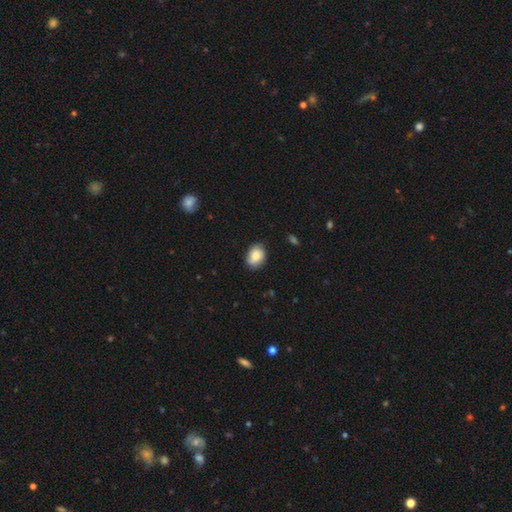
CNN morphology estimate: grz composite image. It shows a smooth galaxy with no disk features (80%) that is in between round and cigar-shaped (68%). Merging: none (80%).